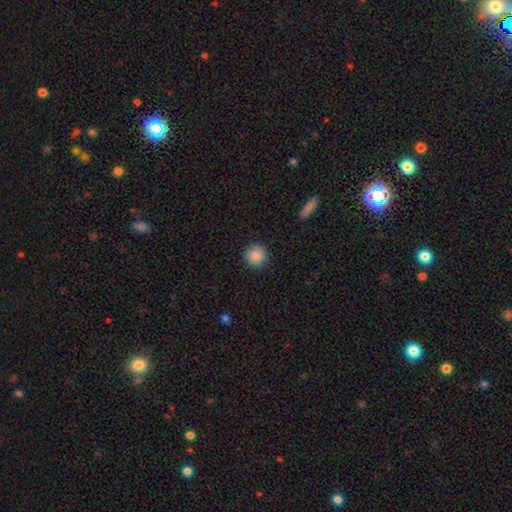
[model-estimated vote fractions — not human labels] smooth 88%, star or artifact 8%, featured or disk 4%. Down the decision tree: how rounded — round (94%); merging — none (87%).